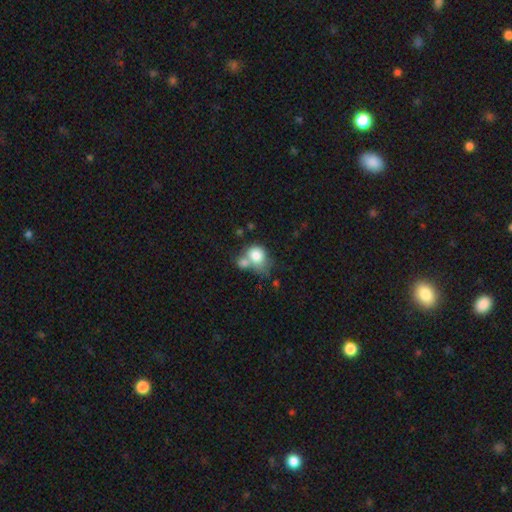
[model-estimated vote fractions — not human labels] Smooth or featured?
  - smooth: 78% *
  - featured or disk: 13%
  - star or artifact: 9%
How rounded?
  - round: 60% *
  - in between: 39%
  - cigar-shaped: 1%
Merging?
  - merger: 51% *
  - none: 28%
  - minor disturbance: 13%
  - major disturbance: 8%